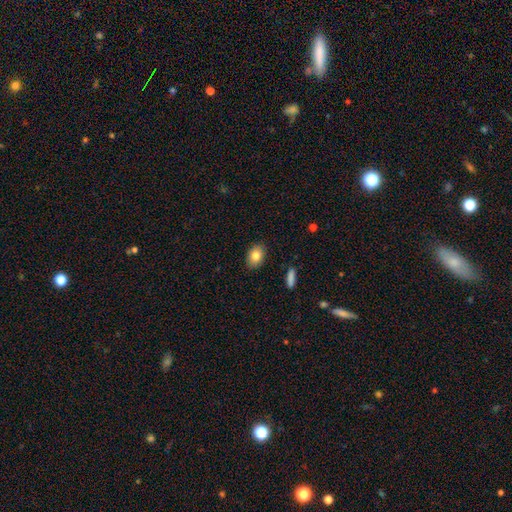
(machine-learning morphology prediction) Q: Smooth or featured?
A: smooth (82%); runner-up: featured or disk (10%)
Q: How rounded?
A: in between (83%); runner-up: round (16%)
Q: Merging?
A: none (89%); runner-up: minor disturbance (8%)